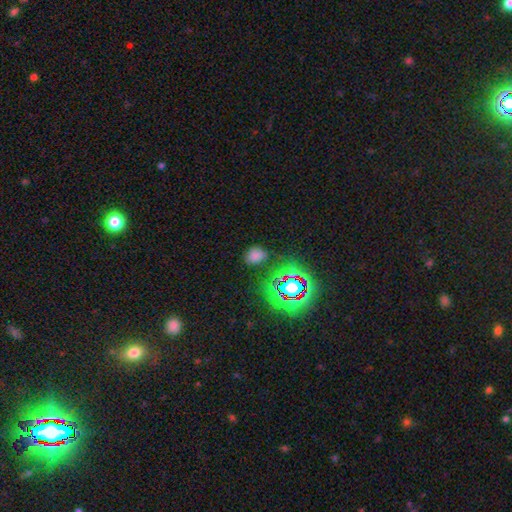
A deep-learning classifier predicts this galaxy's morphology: Smooth or featured: smooth — 67% (star or artifact — 26%)
How rounded: in between — 56% (round — 43%)
Merging: none — 73% (minor disturbance — 17%)